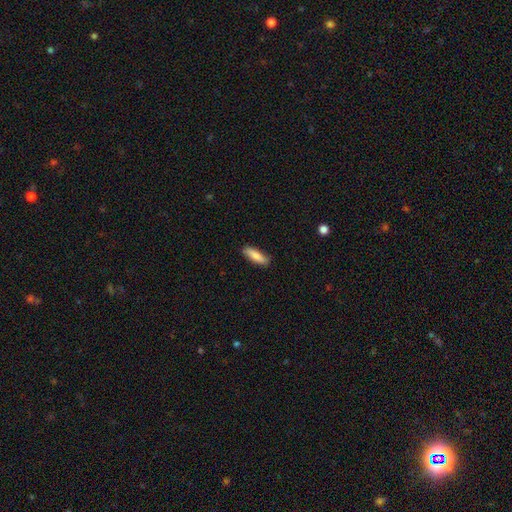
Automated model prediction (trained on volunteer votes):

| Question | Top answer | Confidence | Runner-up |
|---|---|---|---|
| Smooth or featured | smooth | 83% | featured or disk (11%) |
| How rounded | cigar-shaped | 61% | in between (37%) |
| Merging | none | 87% | minor disturbance (10%) |